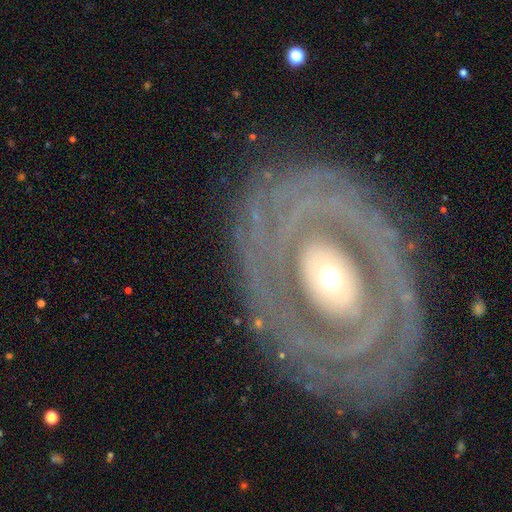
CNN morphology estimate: smooth_or_featured: featured or disk (p=0.86) [alt: smooth p=0.09]
disk_edge_on: no (p=0.95) [alt: yes p=0.05]
bar: no (p=0.74) [alt: weak p=0.15]
has_spiral_arms: yes (p=0.81) [alt: no p=0.19]
spiral_winding: tight (p=0.82) [alt: medium p=0.14]
spiral_arm_count: can't tell (p=0.34) [alt: 2 p=0.25]
bulge_size: moderate (p=0.59) [alt: small p=0.27]
merging: none (p=0.82) [alt: minor disturbance p=0.11]